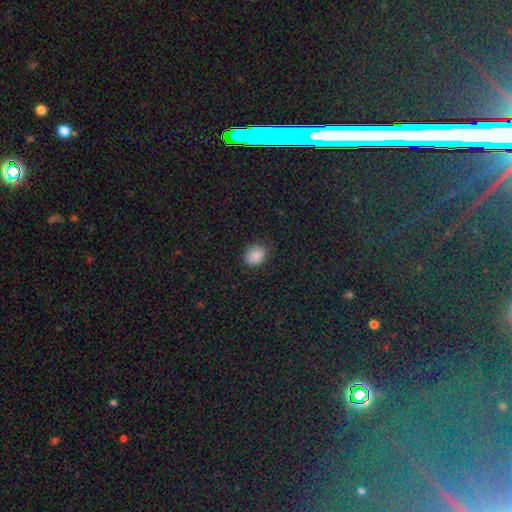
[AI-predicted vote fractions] Smooth or featured? Predicted: smooth (p=0.86). How rounded? Predicted: round (p=0.59). Merging? Predicted: none (p=0.83).